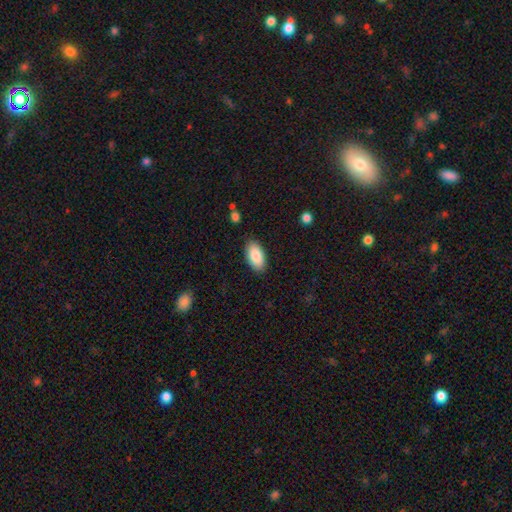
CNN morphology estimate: Q: Smooth or featured?
A: smooth (86%); runner-up: featured or disk (7%)
Q: How rounded?
A: in between (94%); runner-up: cigar-shaped (3%)
Q: Merging?
A: none (87%); runner-up: minor disturbance (10%)